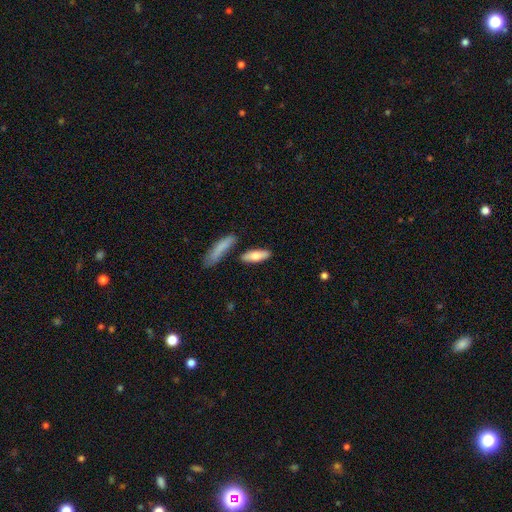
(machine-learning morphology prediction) Smooth or featured? Predicted: smooth (p=0.69). How rounded? Predicted: in between (p=0.51). Merging? Predicted: none (p=0.79).